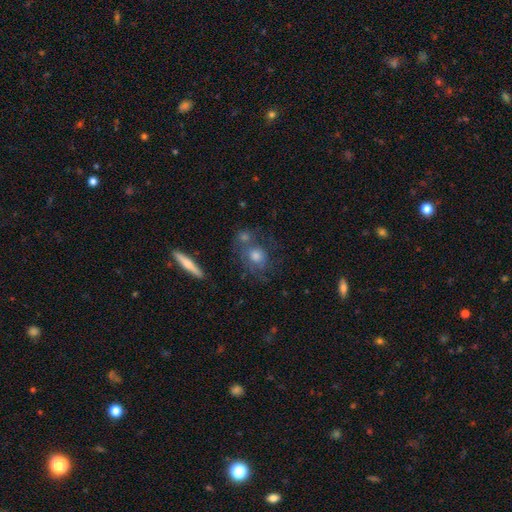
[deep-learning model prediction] smooth_or_featured: featured or disk (p=0.46) [alt: smooth p=0.41]
merging: none (p=0.60) [alt: merger p=0.16]